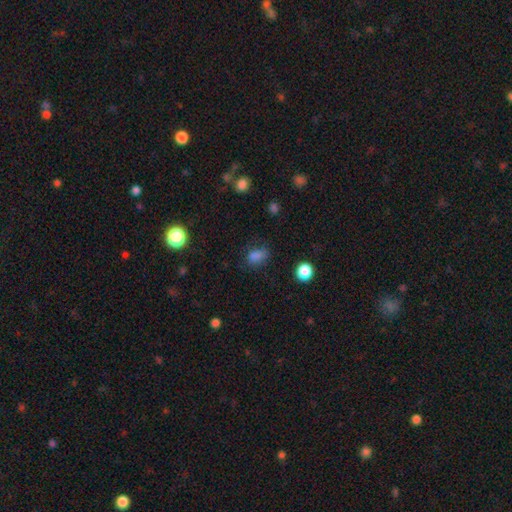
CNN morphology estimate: Overall: smooth (79%). How rounded: in between (76%). Merging: none (62%; minor disturbance 25%).